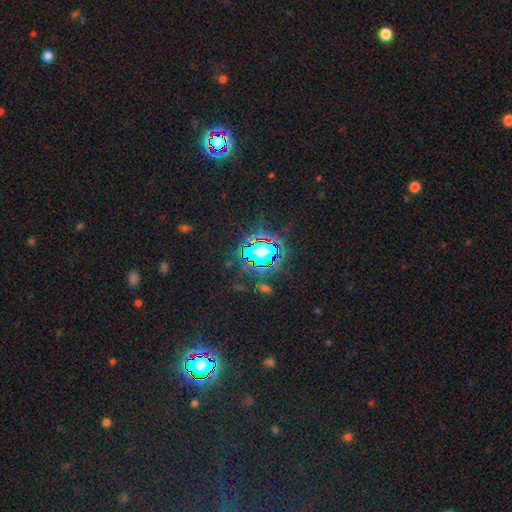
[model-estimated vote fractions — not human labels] A star or artifact, not a galaxy (79%).

Vote fractions:
- Smooth or featured? star or artifact: 79% / smooth: 13% / featured or disk: 8%